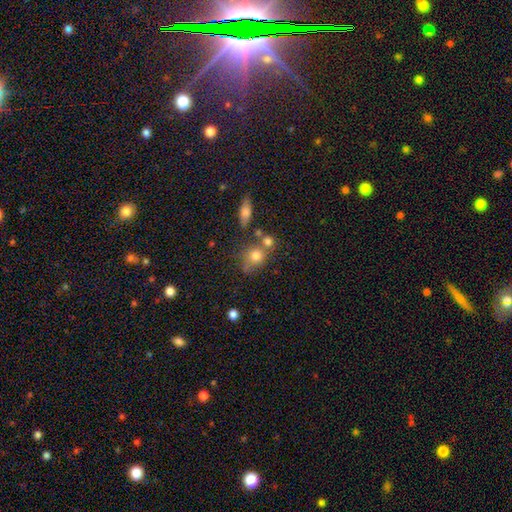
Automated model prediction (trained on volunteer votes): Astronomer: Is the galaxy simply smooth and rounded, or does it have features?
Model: smooth — 77%.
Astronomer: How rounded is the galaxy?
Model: round — 68%.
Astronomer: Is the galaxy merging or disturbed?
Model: none — 49% (runner-up: merger, 26%).